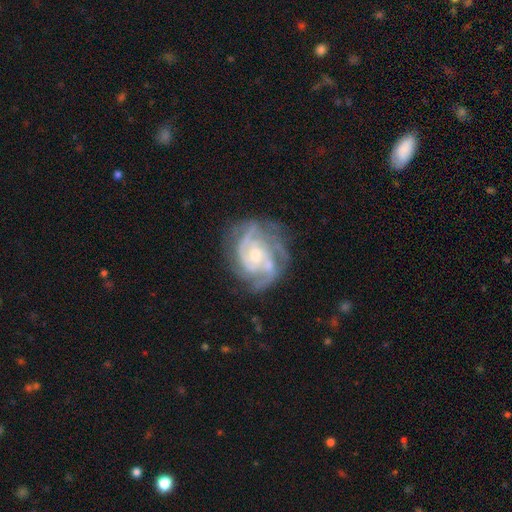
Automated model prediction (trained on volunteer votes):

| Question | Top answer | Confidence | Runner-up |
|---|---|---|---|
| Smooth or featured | featured or disk | 88% | smooth (7%) |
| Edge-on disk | no | 98% | yes (2%) |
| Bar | no | 68% | weak (26%) |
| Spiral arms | yes | 96% | no (4%) |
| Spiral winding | tight | 61% | medium (33%) |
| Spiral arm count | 3 | 34% | can't tell (22%) |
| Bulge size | small | 55% | moderate (40%) |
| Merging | none | 65% | minor disturbance (20%) |